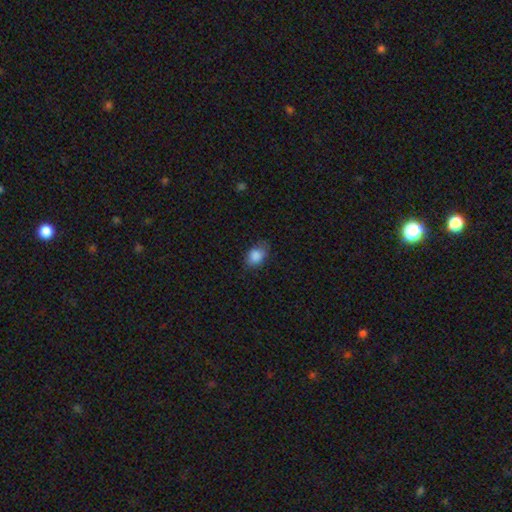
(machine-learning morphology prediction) A smooth galaxy with no disk features (86%) that is in between round and cigar-shaped (72%).

Vote fractions:
- Smooth or featured? smooth: 86% / star or artifact: 8% / featured or disk: 6%
- How rounded? in between: 72% / round: 26% / cigar-shaped: 1%
- Merging? none: 72% / minor disturbance: 22% / major disturbance: 6% / merger: 1%